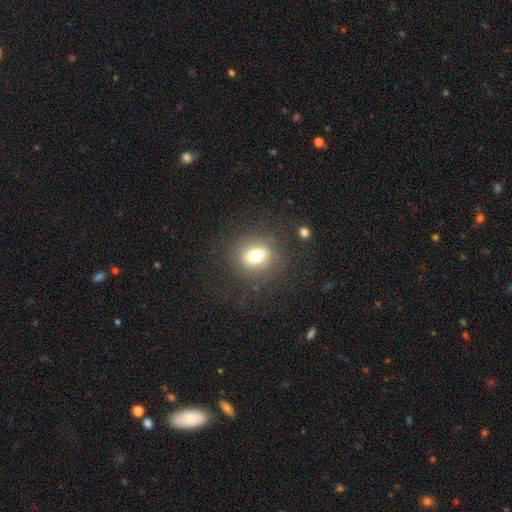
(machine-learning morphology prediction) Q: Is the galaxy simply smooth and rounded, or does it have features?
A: smooth — 73%.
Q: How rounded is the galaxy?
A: round — 63%.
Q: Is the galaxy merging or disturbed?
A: none — 82%.